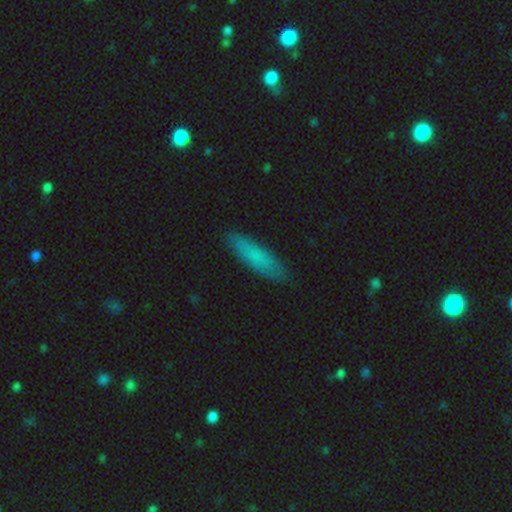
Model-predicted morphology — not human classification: Smooth or featured? Predicted: smooth (p=0.75). How rounded? Predicted: cigar-shaped (p=0.69). Merging? Predicted: none (p=0.86).